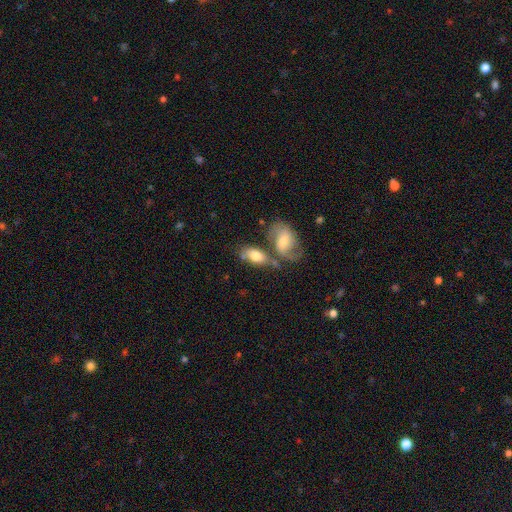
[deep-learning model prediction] The model was most divided on "merging": merger: 40%, none: 39%, minor disturbance: 14%, major disturbance: 7%. More confident: how rounded — in between (90%); smooth or featured — smooth (65%).